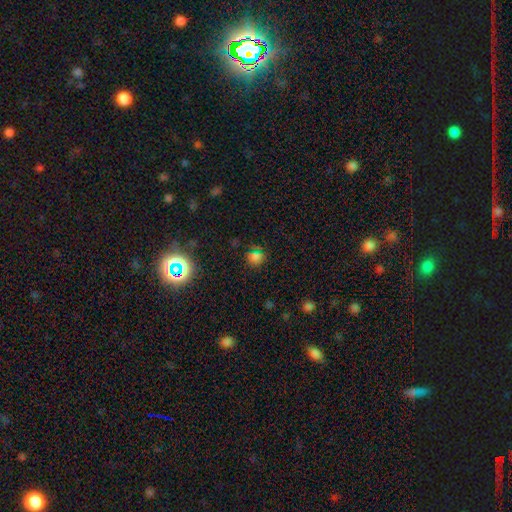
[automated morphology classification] smooth 61%, star or artifact 33%, featured or disk 6%. Down the decision tree: how rounded — round (73%); merging — none (80%).